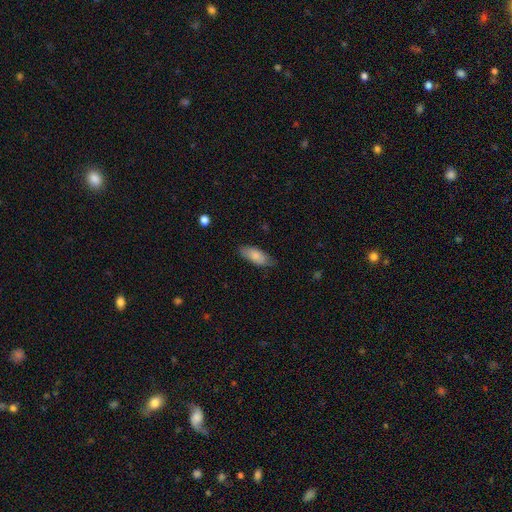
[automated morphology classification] Smooth or featured? smooth (81%)
How rounded? in between (83%)
Merging? none (74%)